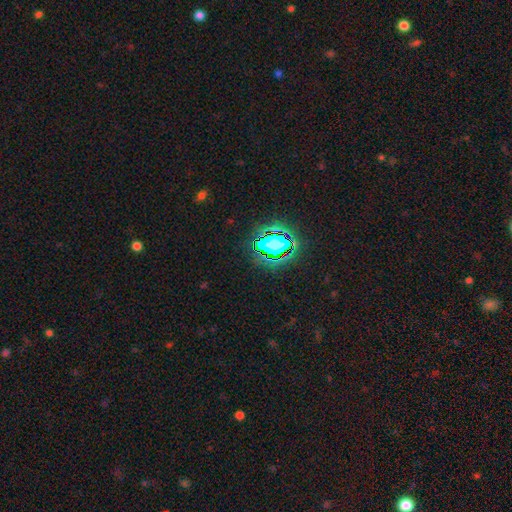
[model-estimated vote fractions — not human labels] Smooth or featured: star or artifact — 80% (smooth — 12%)